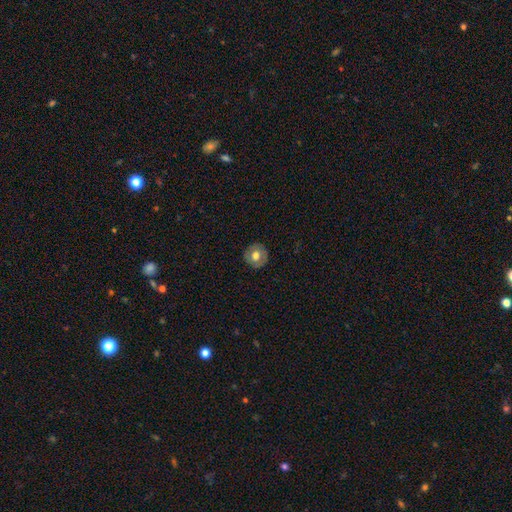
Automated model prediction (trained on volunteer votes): Smooth or featured? smooth (62%)
How rounded? round (92%)
Merging? none (87%)